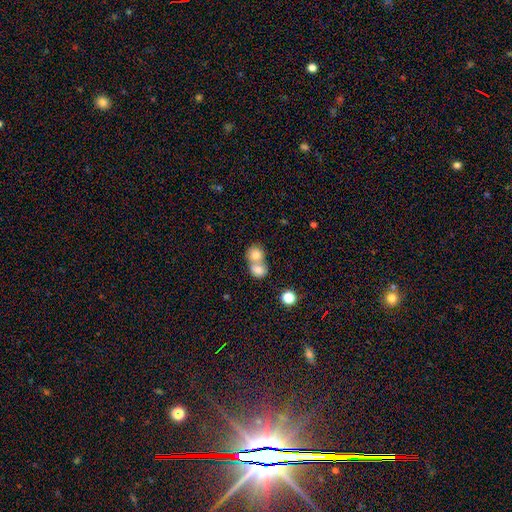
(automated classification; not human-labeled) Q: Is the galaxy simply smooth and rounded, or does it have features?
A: smooth — 78%.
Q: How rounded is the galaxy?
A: round — 70%.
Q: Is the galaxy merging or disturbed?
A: merger — 72%.